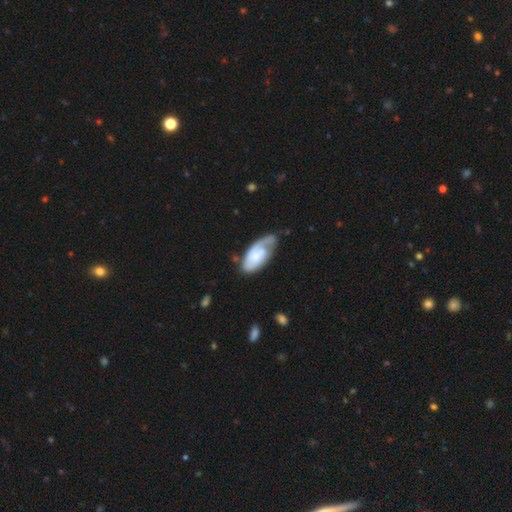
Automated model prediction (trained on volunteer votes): Smooth or featured? Predicted: featured or disk (p=0.62). Edge-on disk? Predicted: no (p=0.94). Bar? Predicted: no (p=0.69). Spiral arms? Predicted: yes (p=0.87). Spiral winding? Predicted: tight (p=0.46). Spiral arm count? Predicted: 1 (p=0.44). Bulge size? Predicted: small (p=0.52). Merging? Predicted: none (p=0.49).